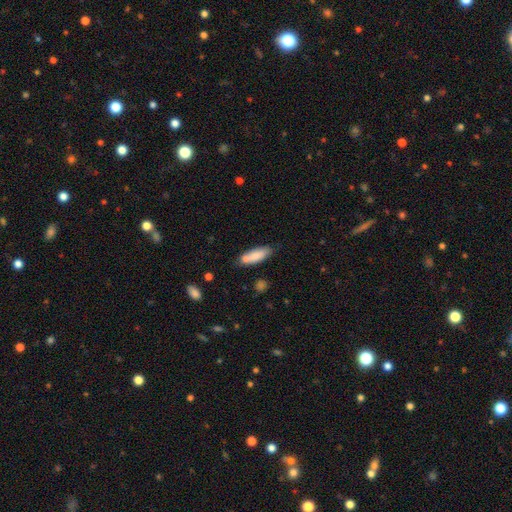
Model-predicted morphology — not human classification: smooth 82%, featured or disk 12%, star or artifact 7%. Down the decision tree: how rounded — in between (51%); merging — none (66%).